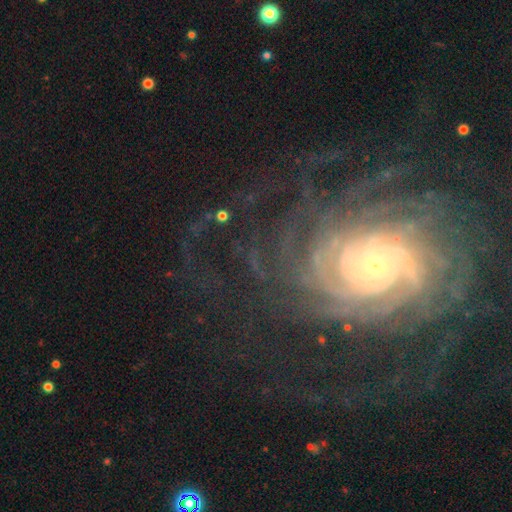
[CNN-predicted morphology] Smooth or featured: featured or disk — 87% (star or artifact — 9%)
Edge-on disk: no — 97% (yes — 3%)
Bar: no — 67% (weak — 20%)
Spiral arms: yes — 98% (no — 2%)
Spiral winding: tight — 77% (medium — 18%)
Spiral arm count: more than 4 — 37% (can't tell — 18%)
Bulge size: small — 73% (moderate — 22%)
Merging: none — 71% (major disturbance — 14%)